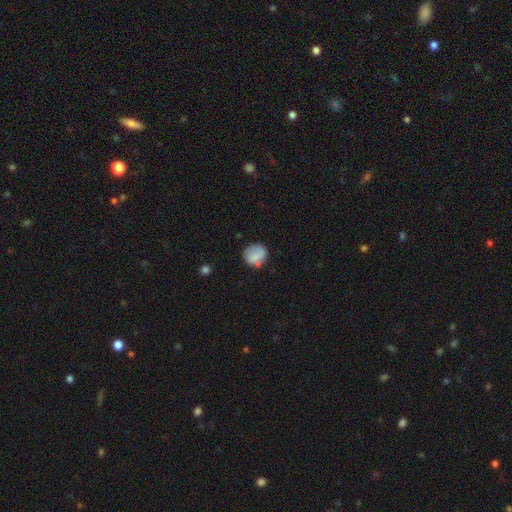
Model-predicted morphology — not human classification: This appears to be a smooth galaxy with no disk features (78%) that is round (85%). Merging: none (72%).